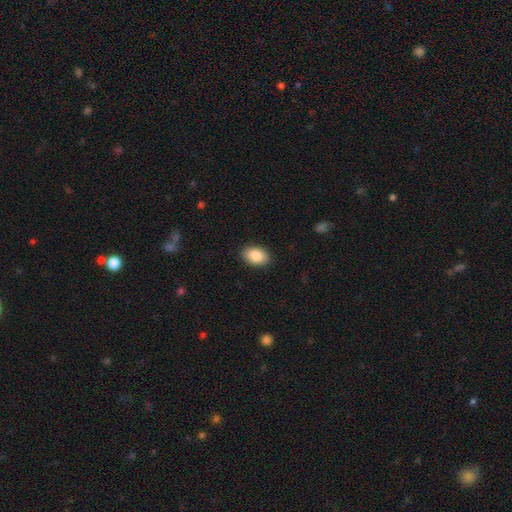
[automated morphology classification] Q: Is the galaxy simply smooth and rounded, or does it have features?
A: smooth — 88%.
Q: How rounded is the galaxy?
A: in between — 87%.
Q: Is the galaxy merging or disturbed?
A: none — 90%.